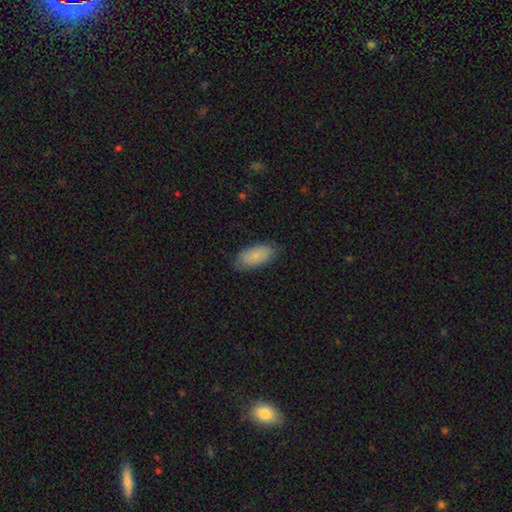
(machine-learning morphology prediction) Smooth or featured? Predicted: smooth (p=0.82). How rounded? Predicted: in between (p=0.91). Merging? Predicted: none (p=0.81).